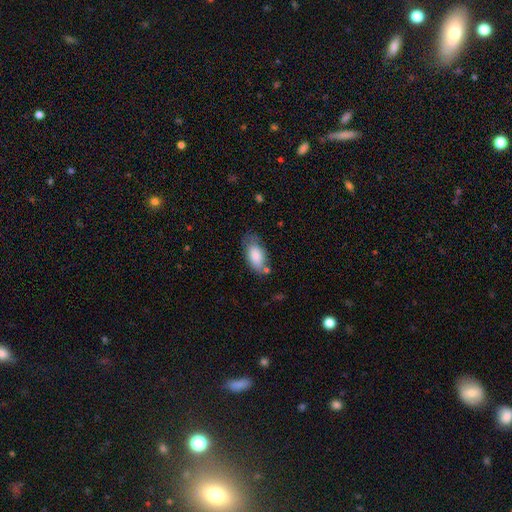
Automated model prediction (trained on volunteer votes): smooth 83%, featured or disk 11%, star or artifact 6%. Down the decision tree: how rounded — in between (92%); merging — none (59%).